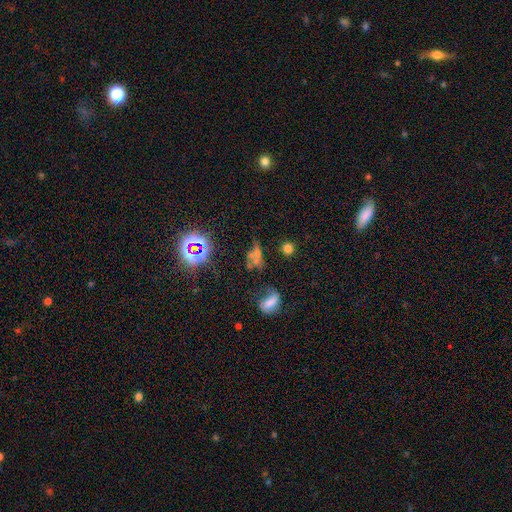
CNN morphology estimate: A smooth galaxy with no disk features (42%). Merging: none (38%).